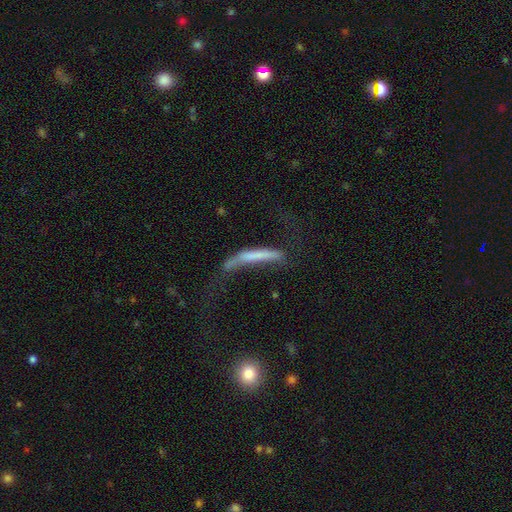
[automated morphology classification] This is possibly a smooth galaxy (54%). How rounded: clearly cigar-shaped (93%). Merging: marginally major disturbance (41%).